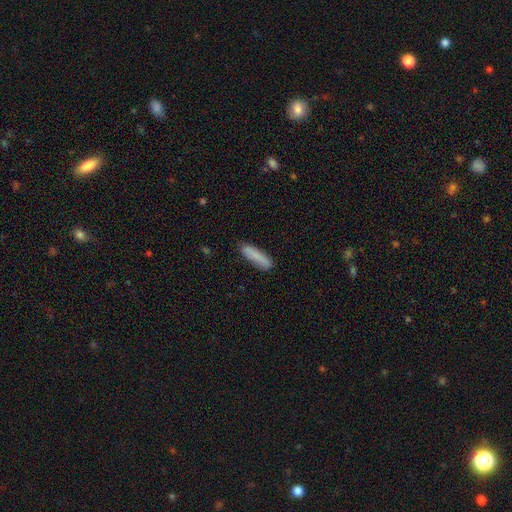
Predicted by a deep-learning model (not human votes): Smooth or featured? smooth (84%)
How rounded? cigar-shaped (80%)
Merging? none (84%)